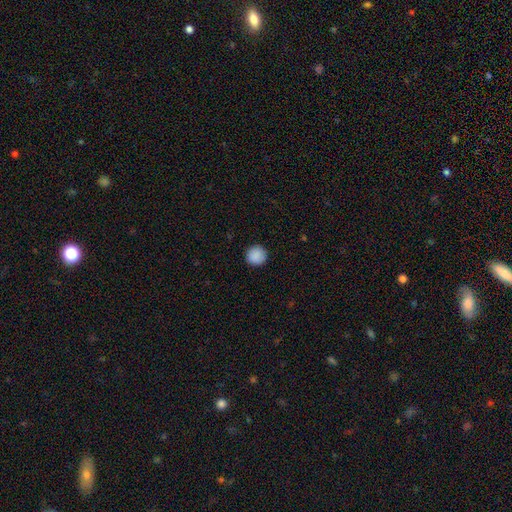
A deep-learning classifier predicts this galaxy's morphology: This appears to be a smooth galaxy with no disk features (90%) that is round (96%). Merging: none (91%).